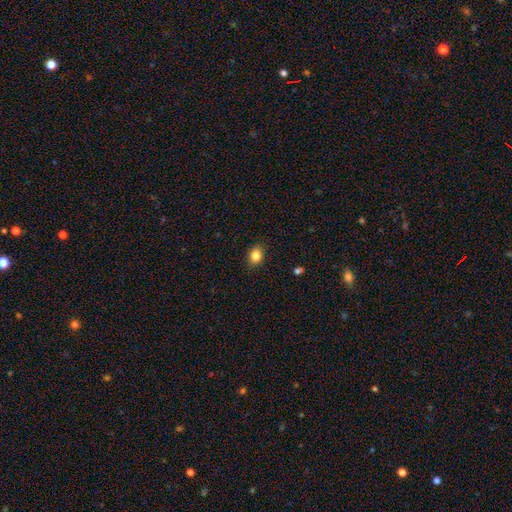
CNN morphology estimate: A smooth galaxy with no disk features (84%) that is in between round and cigar-shaped (54%). Merging: none (88%).